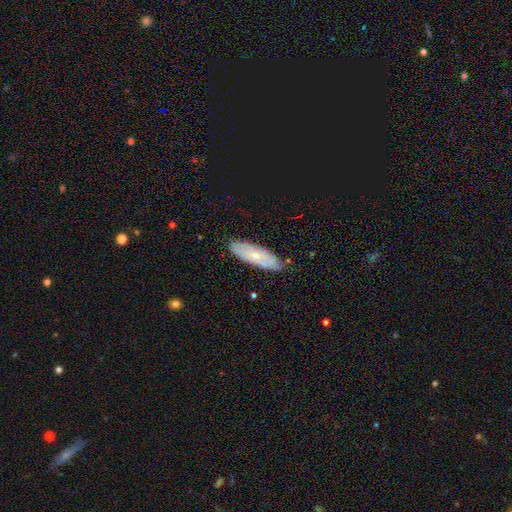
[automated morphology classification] Q: Smooth or featured?
A: featured or disk (47%); runner-up: smooth (45%)
Q: Merging?
A: none (84%); runner-up: minor disturbance (13%)